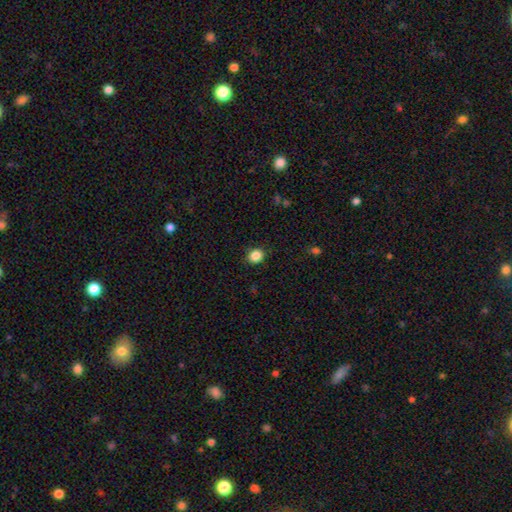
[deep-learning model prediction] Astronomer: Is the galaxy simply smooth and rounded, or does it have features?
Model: smooth — 86%.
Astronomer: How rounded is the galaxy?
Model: round — 79%.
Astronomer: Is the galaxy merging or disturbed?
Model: none — 88%.